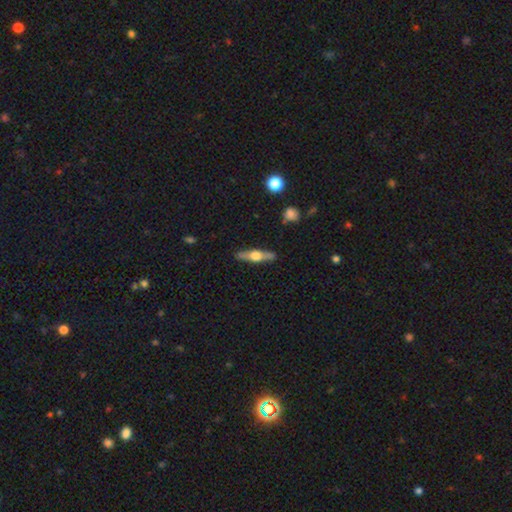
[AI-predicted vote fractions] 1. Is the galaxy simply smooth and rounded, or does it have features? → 63% featured or disk, 32% smooth, 6% star or artifact.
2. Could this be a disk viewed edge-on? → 95% yes, 5% no.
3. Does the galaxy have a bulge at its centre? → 94% rounded, 4% boxy, 2% none.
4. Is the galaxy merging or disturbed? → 88% none, 9% minor disturbance, 2% major disturbance, 2% merger.